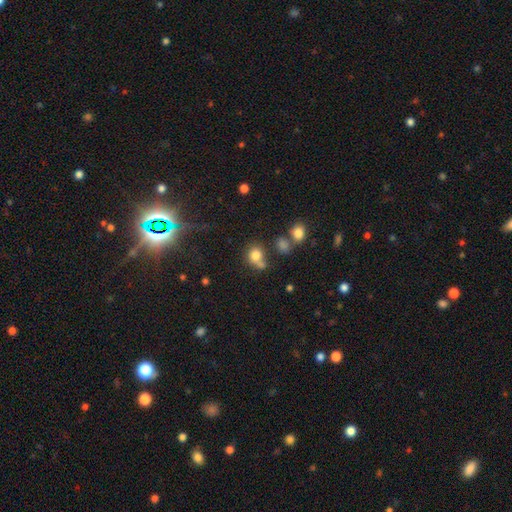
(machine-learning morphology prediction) Smooth or featured: smooth — 77% (star or artifact — 13%)
How rounded: round — 70% (in between — 28%)
Merging: none — 48% (merger — 29%)